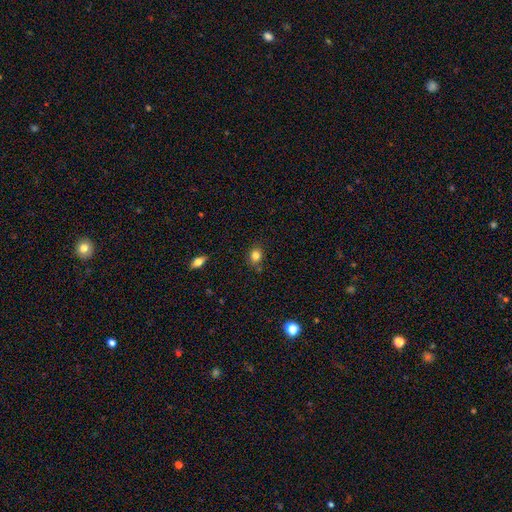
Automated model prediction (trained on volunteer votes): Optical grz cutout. It shows a smooth galaxy with no disk features (82%) that is round (55%). Merging: none (77%).